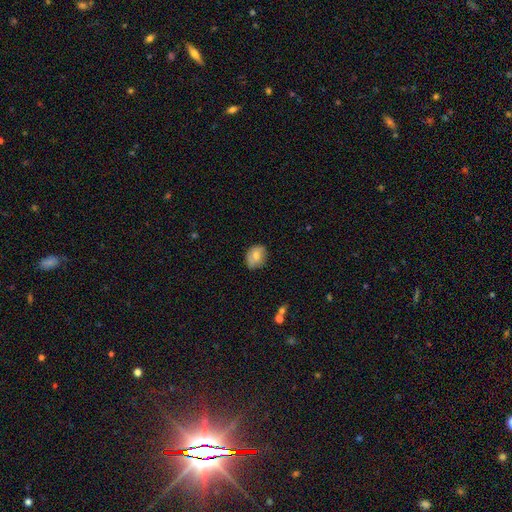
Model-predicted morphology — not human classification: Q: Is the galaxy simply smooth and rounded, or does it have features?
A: smooth — 68%.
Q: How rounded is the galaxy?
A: round — 53%.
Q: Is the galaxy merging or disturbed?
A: none — 74%.